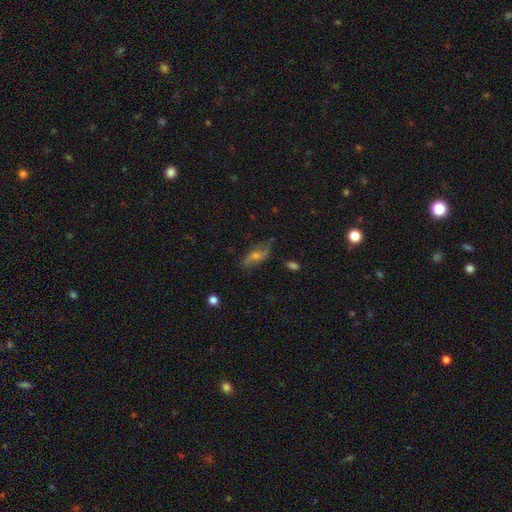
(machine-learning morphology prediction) featured or disk 65%, smooth 24%, star or artifact 11%. Down the decision tree: edge-on disk — no (85%); bar — no (50%); spiral arms — yes (87%); bulge size — moderate (47%); merging — none (73%).